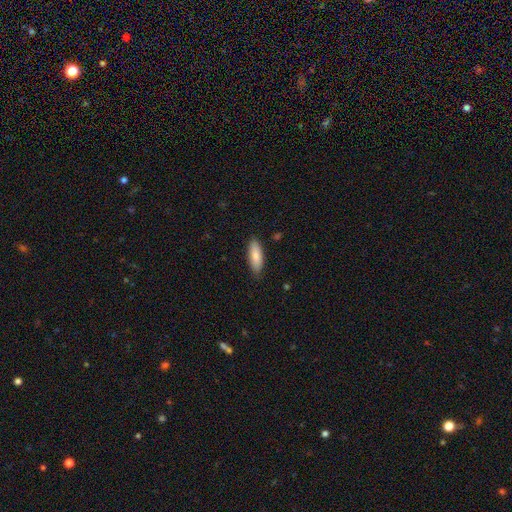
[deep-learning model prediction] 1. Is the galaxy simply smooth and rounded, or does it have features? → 81% smooth, 13% featured or disk, 6% star or artifact.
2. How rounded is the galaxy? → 63% in between, 35% cigar-shaped, 2% round.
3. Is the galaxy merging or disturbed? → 86% none, 11% minor disturbance, 2% major disturbance, 1% merger.